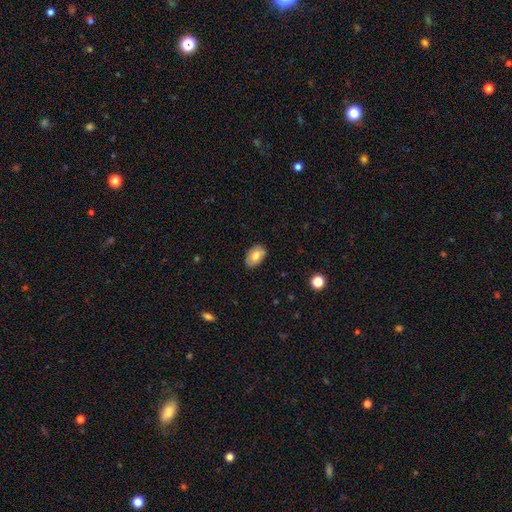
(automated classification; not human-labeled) smooth_or_featured: smooth (p=0.76) [alt: featured or disk p=0.16]
how_rounded: in between (p=0.89) [alt: round p=0.10]
merging: none (p=0.79) [alt: minor disturbance p=0.17]